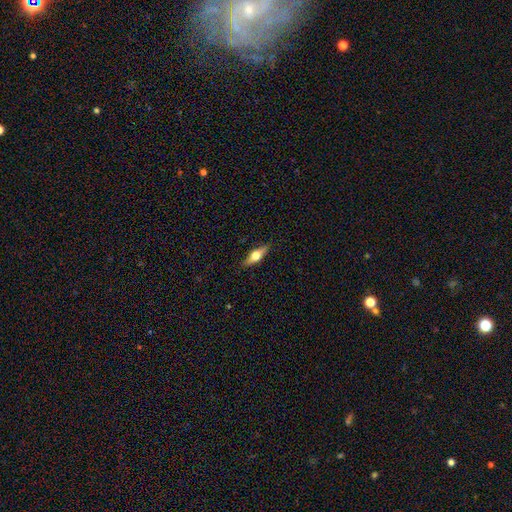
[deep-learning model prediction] Smooth or featured?
  - featured or disk: 53% *
  - smooth: 40%
  - star or artifact: 6%
Edge-on disk?
  - yes: 93% *
  - no: 7%
Merging?
  - none: 87% *
  - minor disturbance: 10%
  - major disturbance: 2%
  - merger: 1%